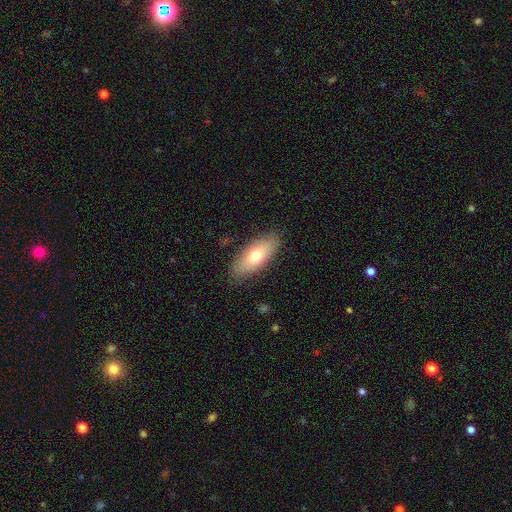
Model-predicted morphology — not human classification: Smooth or featured? Predicted: smooth (p=0.68). How rounded? Predicted: in between (p=0.79). Merging? Predicted: none (p=0.85).